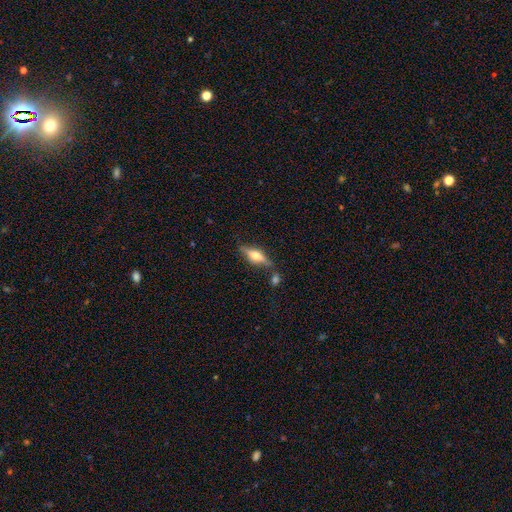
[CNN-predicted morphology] Smooth or featured?
  - smooth: 47% *
  - featured or disk: 46%
  - star or artifact: 7%
Merging?
  - none: 71% *
  - minor disturbance: 16%
  - merger: 9%
  - major disturbance: 5%